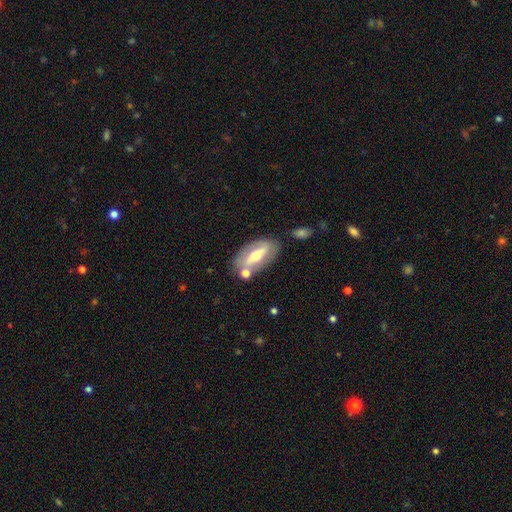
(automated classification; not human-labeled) smooth_or_featured: featured or disk (p=0.58) [alt: smooth p=0.36]
disk_edge_on: no (p=0.73) [alt: yes p=0.27]
merging: none (p=0.73) [alt: minor disturbance p=0.14]